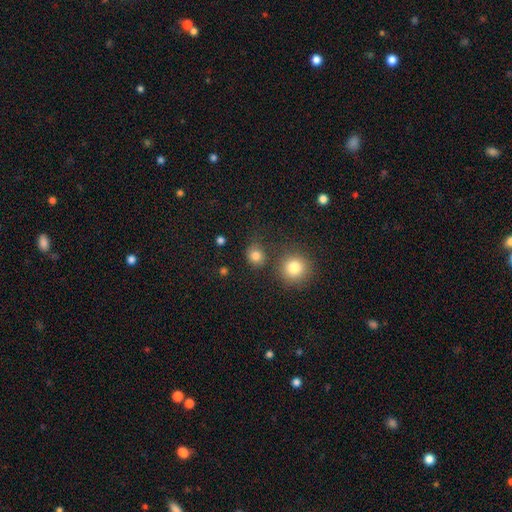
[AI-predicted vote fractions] A smooth galaxy with no disk features (81%) that is round (79%).

Vote fractions:
- Smooth or featured? smooth: 81% / star or artifact: 13% / featured or disk: 5%
- How rounded? round: 79% / in between: 20% / cigar-shaped: 1%
- Merging? none: 71% / minor disturbance: 12% / merger: 12% / major disturbance: 5%